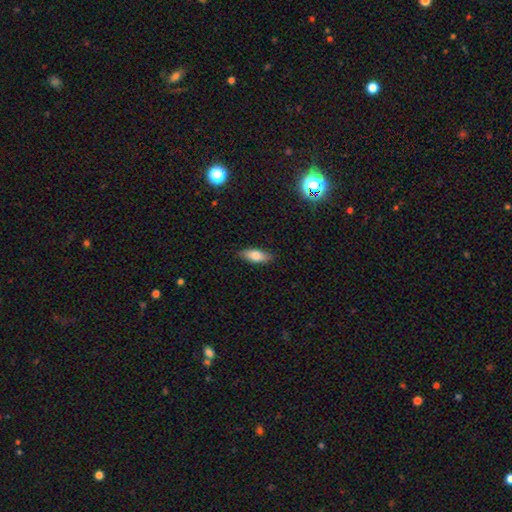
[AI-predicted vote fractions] Smooth or featured? Predicted: smooth (p=0.77). How rounded? Predicted: in between (p=0.76). Merging? Predicted: none (p=0.87).